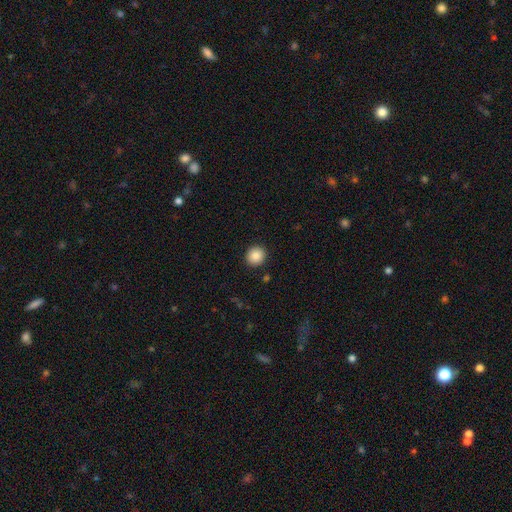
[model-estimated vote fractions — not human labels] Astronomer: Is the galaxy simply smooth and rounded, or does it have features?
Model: smooth — 87%.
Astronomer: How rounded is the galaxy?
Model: round — 90%.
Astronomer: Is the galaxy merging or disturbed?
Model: none — 92%.